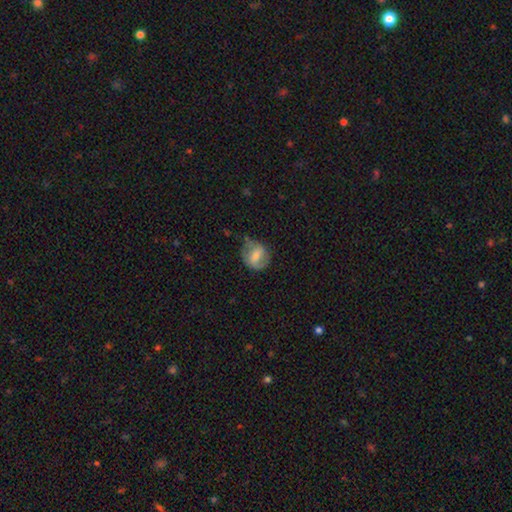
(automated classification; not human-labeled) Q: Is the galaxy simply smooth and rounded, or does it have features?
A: smooth — 48%.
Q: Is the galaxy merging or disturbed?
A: none — 59%.